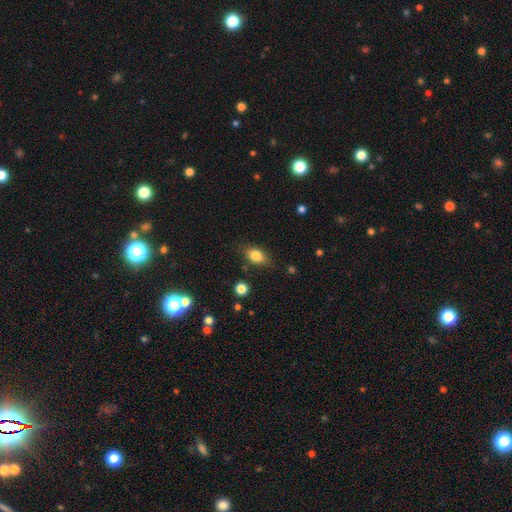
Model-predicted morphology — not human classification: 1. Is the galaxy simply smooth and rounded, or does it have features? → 83% smooth, 9% star or artifact, 9% featured or disk.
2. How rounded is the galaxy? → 83% in between, 13% round, 3% cigar-shaped.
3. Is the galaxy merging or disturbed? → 80% none, 14% minor disturbance, 3% major disturbance, 3% merger.